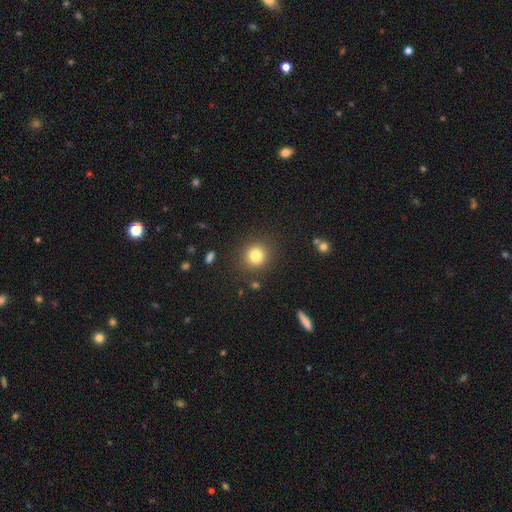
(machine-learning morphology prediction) A smooth galaxy with no disk features (81%) that is round (88%).

Vote fractions:
- Smooth or featured? smooth: 81% / star or artifact: 12% / featured or disk: 7%
- How rounded? round: 88% / in between: 11% / cigar-shaped: 1%
- Merging? none: 87% / minor disturbance: 8% / major disturbance: 3% / merger: 2%